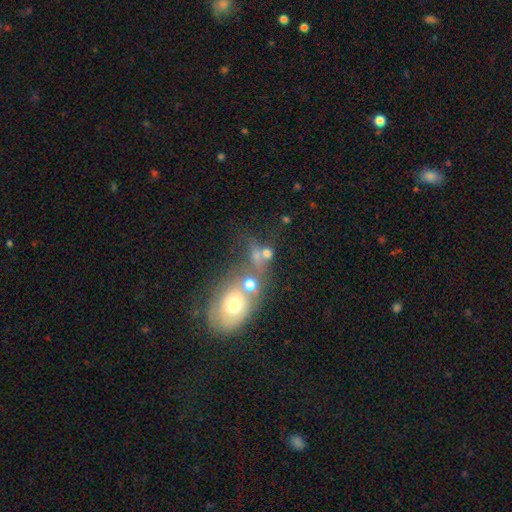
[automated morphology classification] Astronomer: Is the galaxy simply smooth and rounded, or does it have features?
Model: smooth — 48% (runner-up: featured or disk, 30%).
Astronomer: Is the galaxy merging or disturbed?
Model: merger — 47% (runner-up: none, 29%).